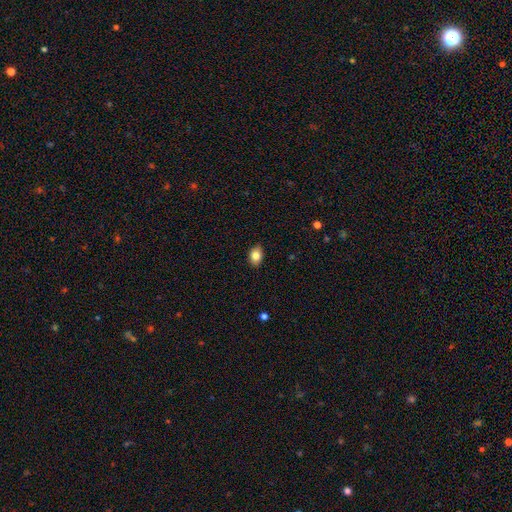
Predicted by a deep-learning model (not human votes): This appears to be a smooth galaxy with no disk features (83%) that is in between round and cigar-shaped (74%). Merging: none (85%).